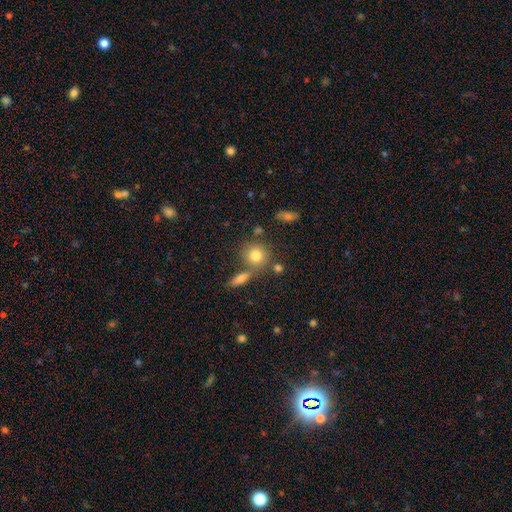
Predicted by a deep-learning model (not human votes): Smooth or featured?
  - smooth: 79% *
  - featured or disk: 11%
  - star or artifact: 10%
How rounded?
  - round: 82% *
  - in between: 16%
  - cigar-shaped: 2%
Merging?
  - none: 64% *
  - merger: 21%
  - minor disturbance: 11%
  - major disturbance: 4%